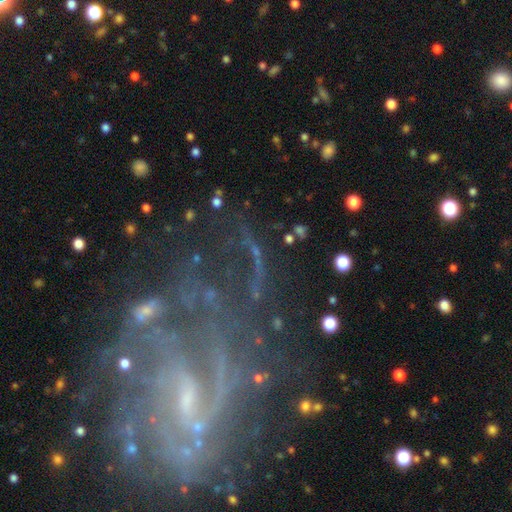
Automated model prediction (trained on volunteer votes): This appears to be a featured or disk galaxy (73%) with a weak bar (39%), medium (39%) spiral arms (83%) and a small central bulge (59%). Merging: none (51%).